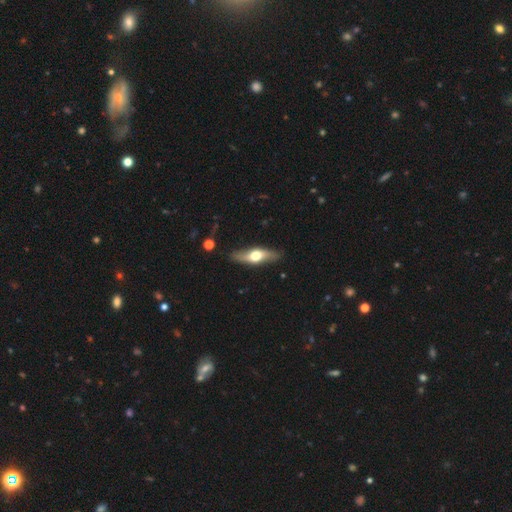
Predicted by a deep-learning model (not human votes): The model was most divided on "smooth or featured": featured or disk: 55%, smooth: 39%, star or artifact: 5%. More confident: merging — none (84%); edge-on disk — yes (77%).